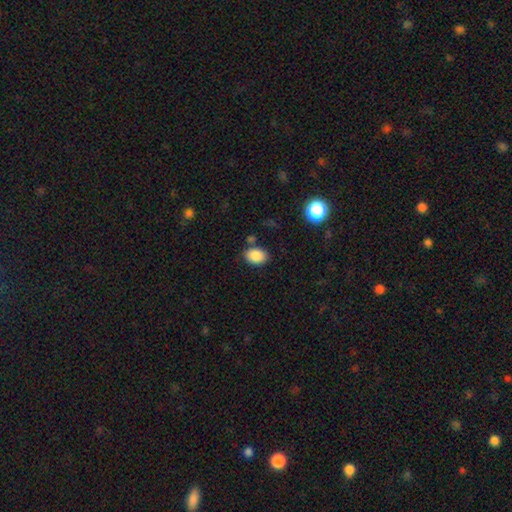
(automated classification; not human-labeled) smooth 87%, star or artifact 8%, featured or disk 5%. Down the decision tree: how rounded — in between (77%); merging — none (78%).